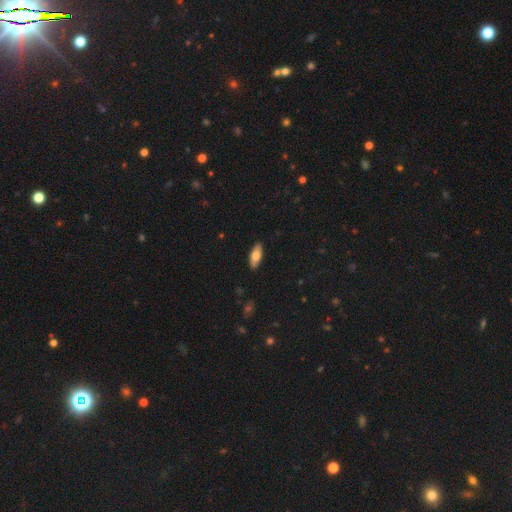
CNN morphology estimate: Smooth or featured? smooth (74%)
How rounded? in between (77%)
Merging? none (89%)